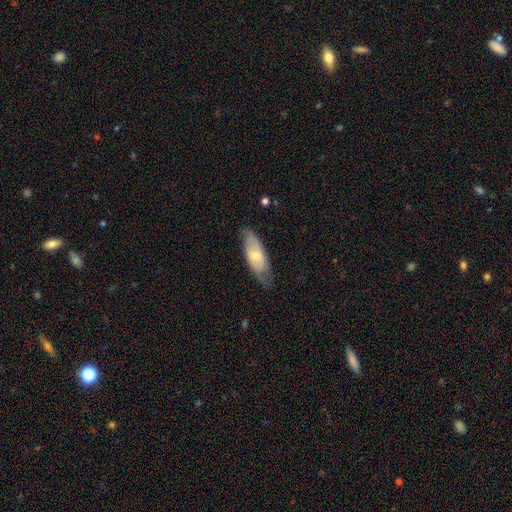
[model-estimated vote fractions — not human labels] Smooth or featured? smooth (54%)
How rounded? in between (73%)
Merging? none (67%)